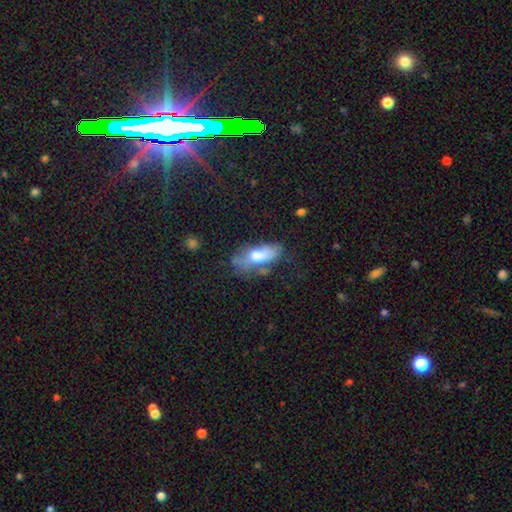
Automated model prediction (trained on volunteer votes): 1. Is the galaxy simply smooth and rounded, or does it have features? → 60% smooth, 30% featured or disk, 10% star or artifact.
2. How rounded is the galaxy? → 83% in between, 13% cigar-shaped, 4% round.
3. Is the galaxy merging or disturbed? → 35% none, 28% minor disturbance, 28% major disturbance, 8% merger.